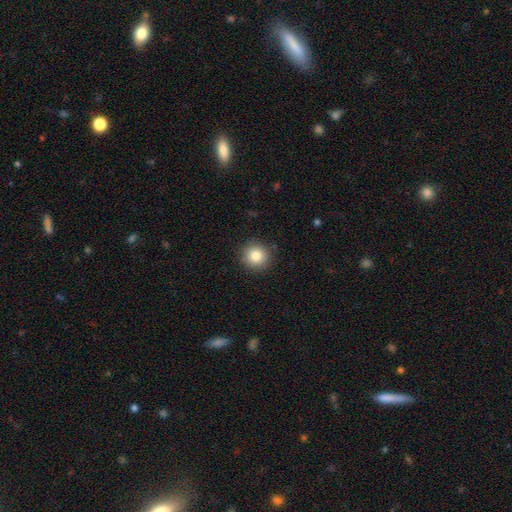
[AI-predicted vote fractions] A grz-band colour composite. It shows a smooth galaxy with no disk features (83%) that is round (94%). Merging: none (89%).